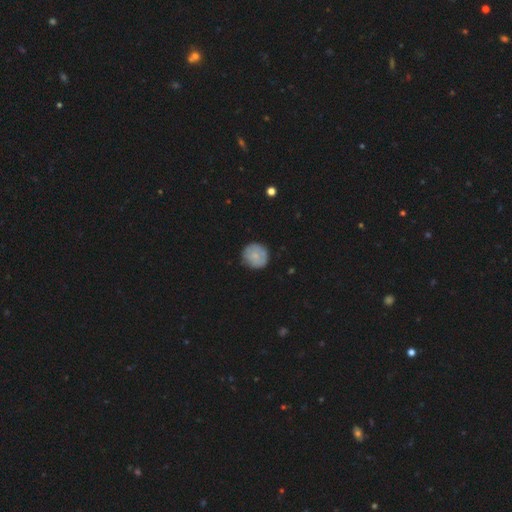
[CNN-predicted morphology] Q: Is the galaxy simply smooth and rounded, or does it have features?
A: smooth — 68%.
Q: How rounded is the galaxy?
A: round — 90%.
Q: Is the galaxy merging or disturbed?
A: none — 79%.